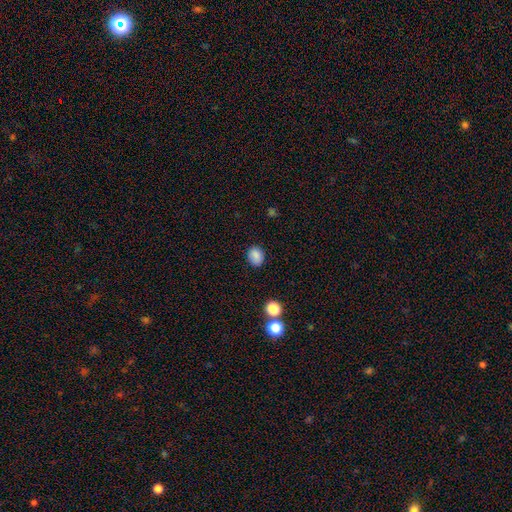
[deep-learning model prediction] Smooth or featured: smooth — 85% (star or artifact — 10%)
How rounded: round — 53% (in between — 46%)
Merging: none — 84% (minor disturbance — 11%)